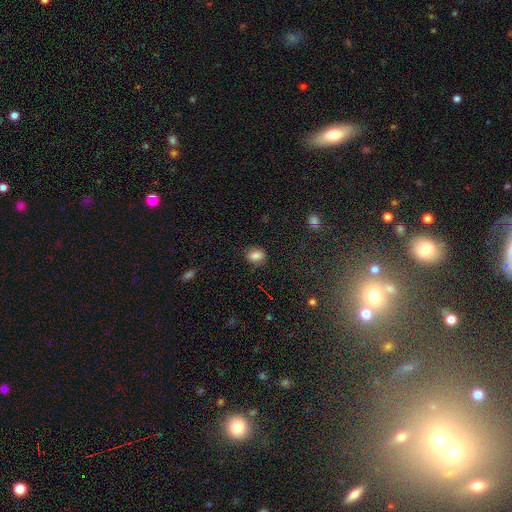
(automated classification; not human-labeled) Smooth or featured? smooth (82%)
How rounded? in between (56%)
Merging? none (81%)